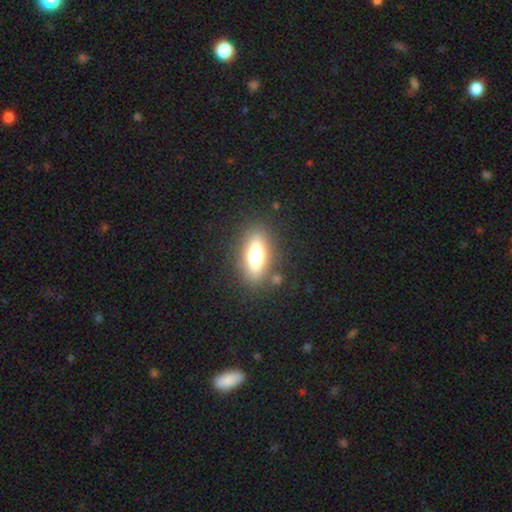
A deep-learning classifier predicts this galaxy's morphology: The model was most divided on "smooth or featured": smooth: 61%, featured or disk: 30%, star or artifact: 9%. More confident: merging — none (84%); how rounded — in between (67%).